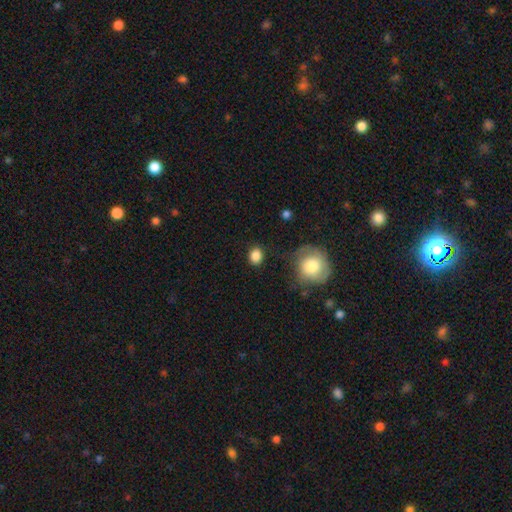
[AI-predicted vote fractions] smooth-or-featured: smooth: 86% | star or artifact: 9% | featured or disk: 5%
  how-rounded: round: 60% | in between: 39% | cigar-shaped: 1%
  merging: none: 83% | minor disturbance: 10% | major disturbance: 4% | merger: 2%